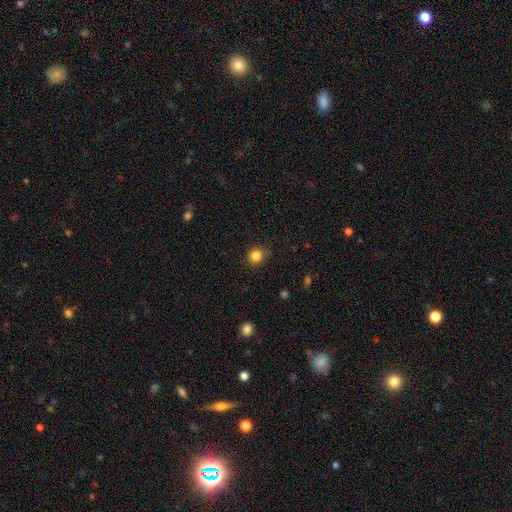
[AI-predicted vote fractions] A smooth galaxy with no disk features (84%) that is round (85%).

Vote fractions:
- Smooth or featured? smooth: 84% / star or artifact: 12% / featured or disk: 5%
- How rounded? round: 85% / in between: 14% / cigar-shaped: 1%
- Merging? none: 80% / minor disturbance: 16% / major disturbance: 3% / merger: 1%